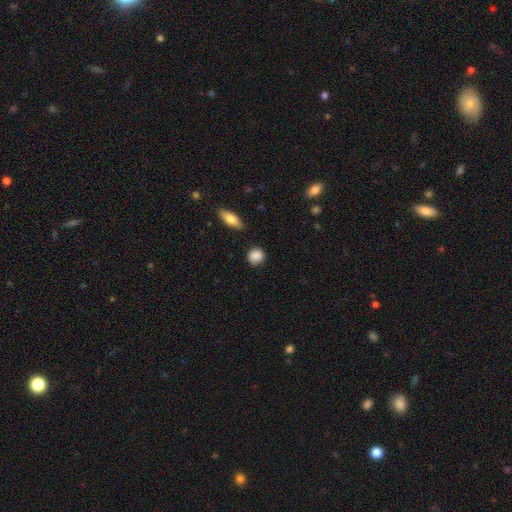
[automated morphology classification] smooth_or_featured: smooth (p=0.88) [alt: star or artifact p=0.08]
how_rounded: round (p=0.81) [alt: in between p=0.17]
merging: none (p=0.84) [alt: minor disturbance p=0.11]